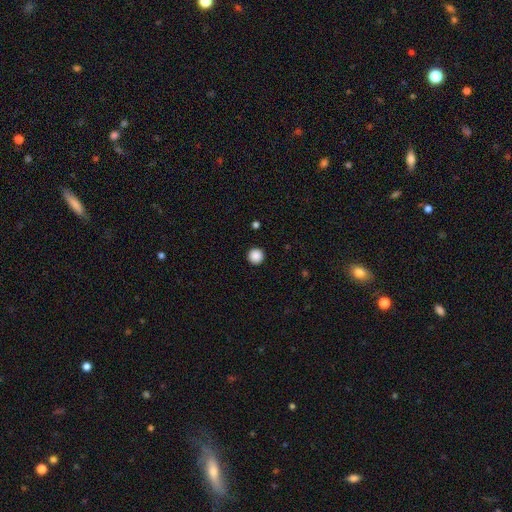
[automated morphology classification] Smooth or featured? smooth (88%)
How rounded? round (97%)
Merging? none (93%)